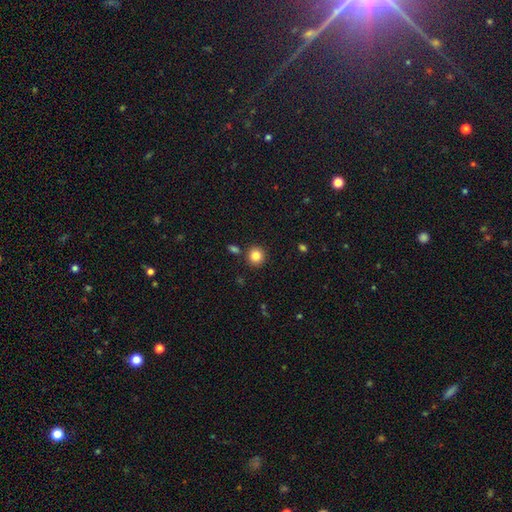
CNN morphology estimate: type=smooth (85%); roundness=round (91%); merging=none (87%).